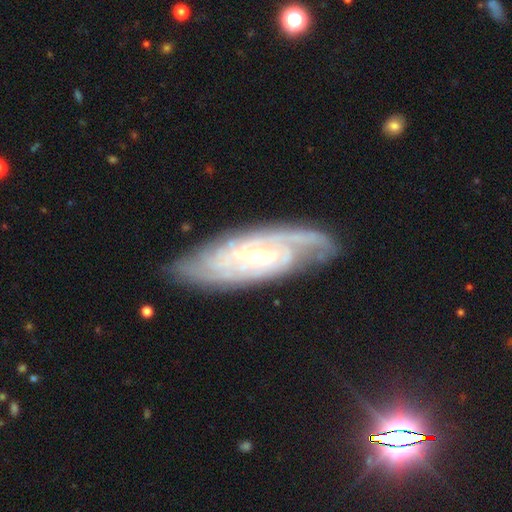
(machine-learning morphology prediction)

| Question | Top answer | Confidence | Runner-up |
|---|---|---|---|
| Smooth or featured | featured or disk | 89% | smooth (6%) |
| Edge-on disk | no | 90% | yes (10%) |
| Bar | weak | 45% | no (30%) |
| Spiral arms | yes | 97% | no (3%) |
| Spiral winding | tight | 67% | medium (28%) |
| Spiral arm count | can't tell | 29% | 2 (27%) |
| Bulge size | small | 62% | moderate (34%) |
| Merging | none | 79% | minor disturbance (15%) |